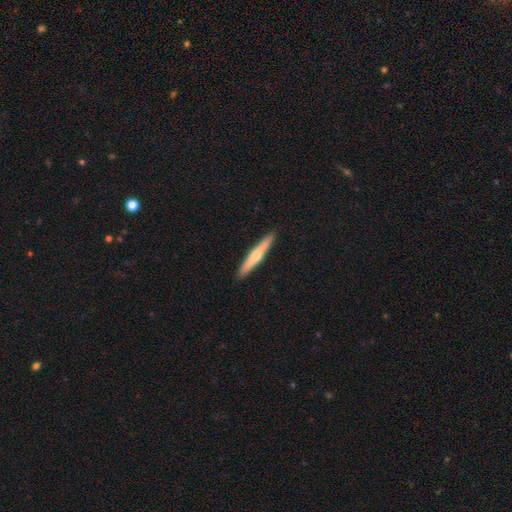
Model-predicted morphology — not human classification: This appears to be a featured or disk galaxy (48%). Merging: none (92%).